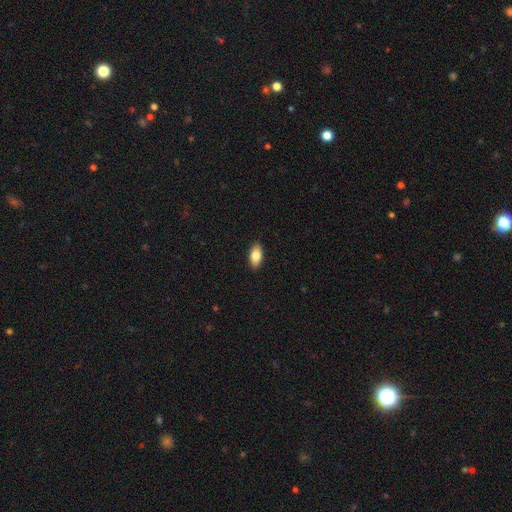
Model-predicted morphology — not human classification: Smooth or featured: smooth — 81% (featured or disk — 12%)
How rounded: in between — 91% (cigar-shaped — 5%)
Merging: none — 90% (minor disturbance — 8%)